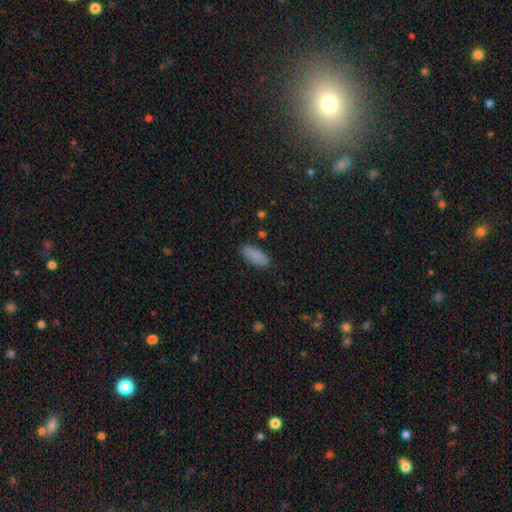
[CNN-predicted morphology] smooth-or-featured: smooth: 87% | star or artifact: 8% | featured or disk: 5%
  how-rounded: in between: 79% | cigar-shaped: 19% | round: 2%
  merging: none: 84% | minor disturbance: 12% | major disturbance: 3% | merger: 1%